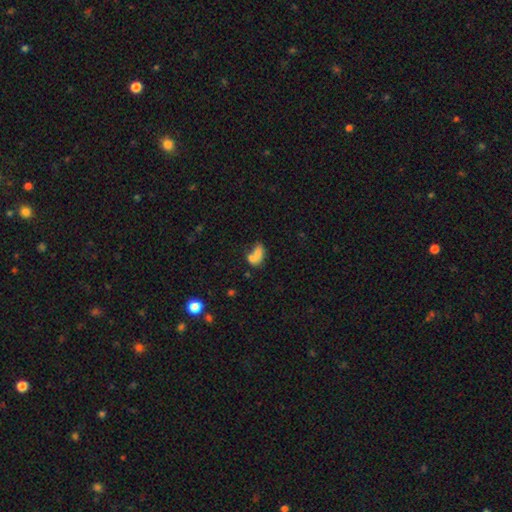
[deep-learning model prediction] This is likely a smooth galaxy (72%). How rounded: clearly in between (80%). Merging: possibly merger (59%).